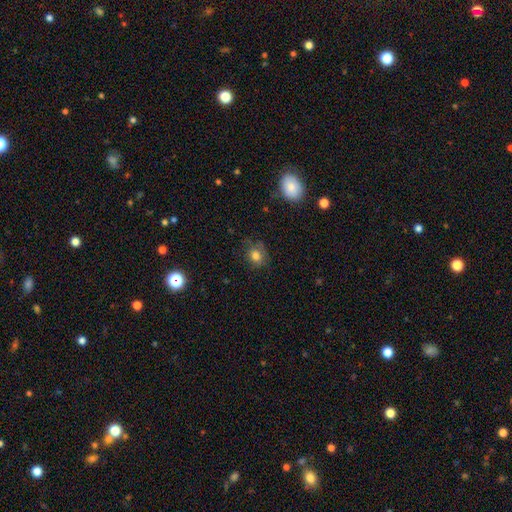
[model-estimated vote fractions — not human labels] Smooth or featured? smooth (78%)
How rounded? round (67%)
Merging? none (69%)